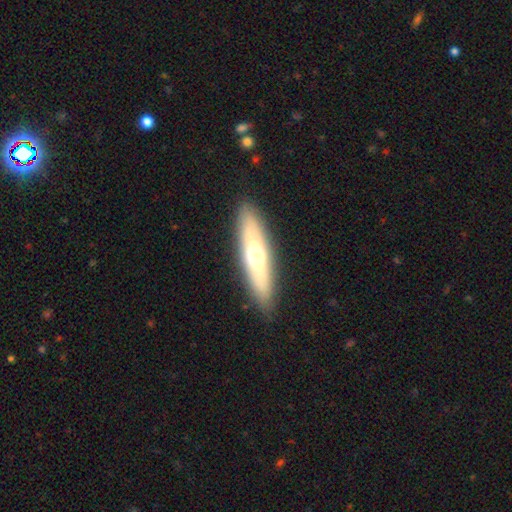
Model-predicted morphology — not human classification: This is possibly a smooth galaxy (48%). Merging: clearly none (88%).